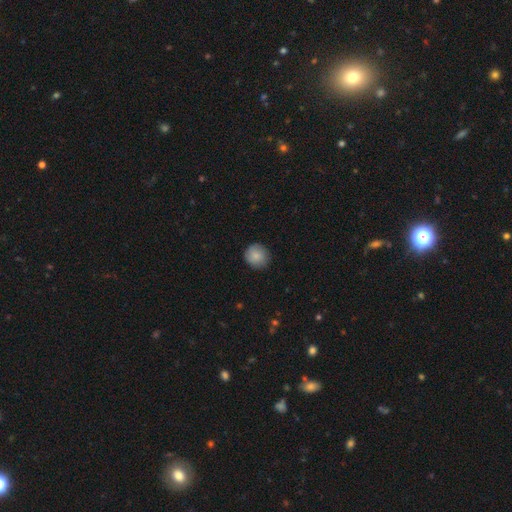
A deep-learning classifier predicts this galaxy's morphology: This is clearly a smooth galaxy (85%). How rounded: clearly round (92%). Merging: clearly none (86%).